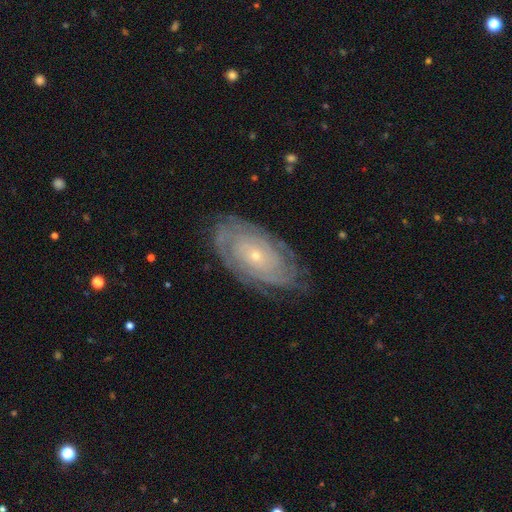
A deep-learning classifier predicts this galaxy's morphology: This appears to be a featured or disk galaxy (82%) with no bar (83%), tight (82%) spiral arms (92%) and a small central bulge (82%). Merging: none (78%).